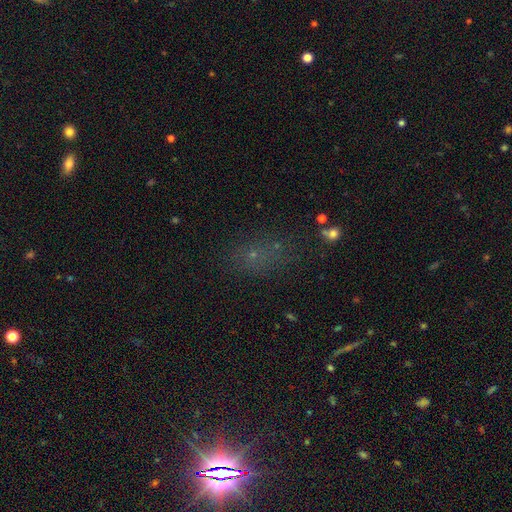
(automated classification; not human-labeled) Morphology: type=smooth (46%); merging=none (66%).